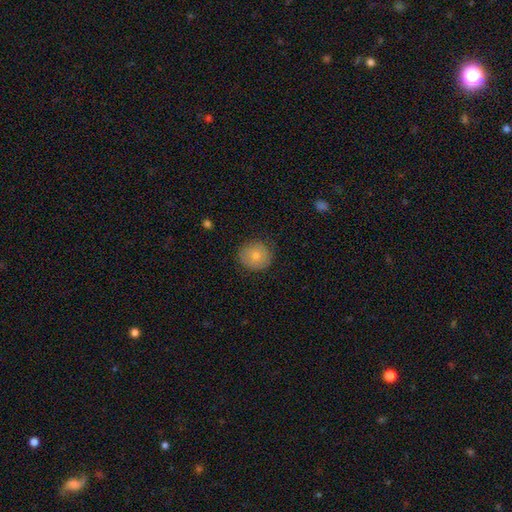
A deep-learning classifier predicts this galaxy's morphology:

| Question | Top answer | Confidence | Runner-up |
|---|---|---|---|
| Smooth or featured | smooth | 77% | featured or disk (15%) |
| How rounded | round | 88% | in between (12%) |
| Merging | none | 83% | minor disturbance (13%) |